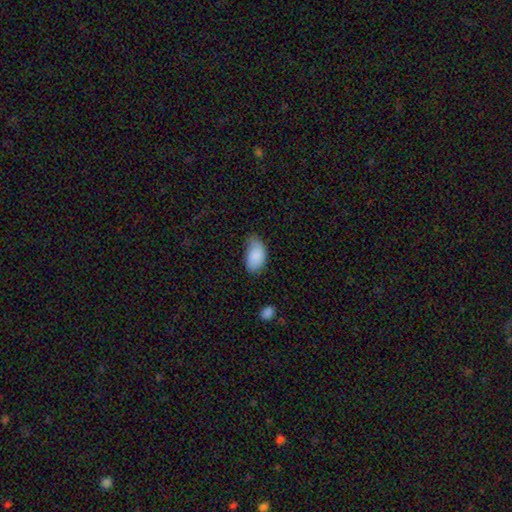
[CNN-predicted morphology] This appears to be a smooth galaxy with no disk features (86%) that is in between round and cigar-shaped (94%). Merging: none (46%).